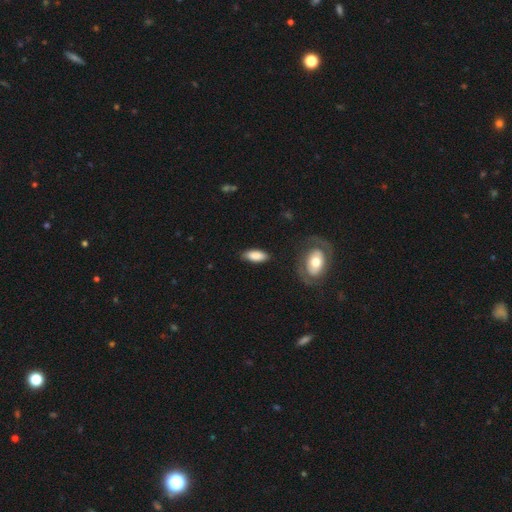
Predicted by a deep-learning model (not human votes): smooth 84%, featured or disk 10%, star or artifact 6%. Down the decision tree: how rounded — in between (84%); merging — none (82%).